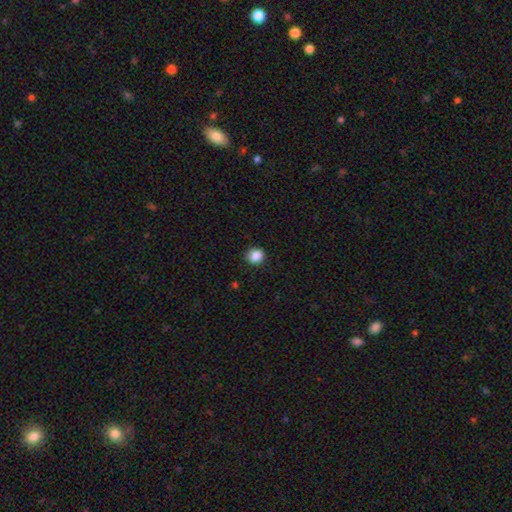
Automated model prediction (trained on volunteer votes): This appears to be a smooth galaxy with no disk features (87%) that is round (79%). Merging: none (87%).